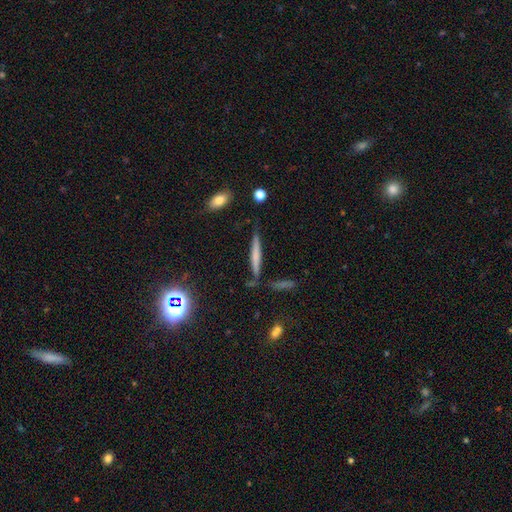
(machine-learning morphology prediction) Overall: smooth (49%; featured or disk 41%). Merging: none (78%).